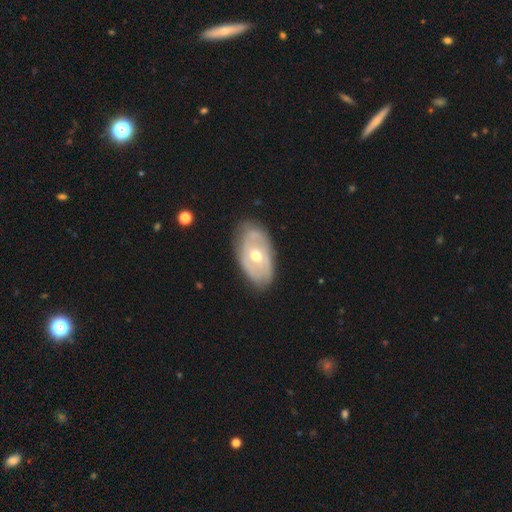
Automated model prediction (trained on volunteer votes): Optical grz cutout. It shows a featured or disk galaxy (69%) with no bar (70%), spiral arms (57%) and a moderate central bulge (74%). Merging: none (75%).